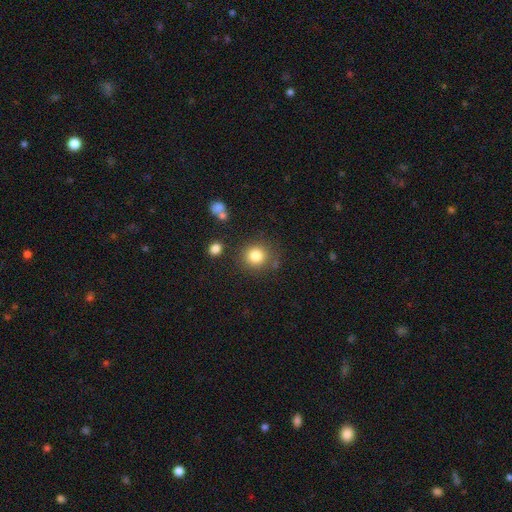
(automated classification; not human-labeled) Morphology: type=smooth (82%); roundness=round (90%); merging=none (79%).